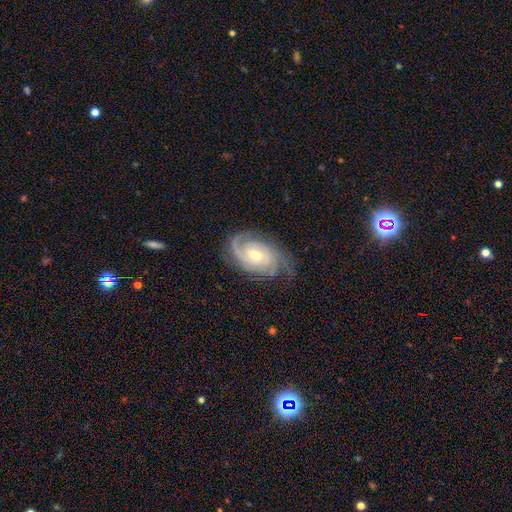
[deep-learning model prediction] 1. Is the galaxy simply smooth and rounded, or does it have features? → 89% featured or disk, 6% smooth, 5% star or artifact.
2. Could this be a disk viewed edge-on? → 96% no, 4% yes.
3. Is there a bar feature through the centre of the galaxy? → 56% no, 35% weak, 9% strong.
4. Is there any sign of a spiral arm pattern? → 98% yes, 2% no.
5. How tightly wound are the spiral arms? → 62% tight, 31% medium, 7% loose.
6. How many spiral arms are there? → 35% 2, 29% 3, 19% can't tell, 7% 4, 6% 1, 5% more than 4.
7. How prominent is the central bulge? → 53% moderate, 43% small, 2% large, 1% none, 1% dominant.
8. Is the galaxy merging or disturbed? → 73% none, 19% minor disturbance, 7% major disturbance, 1% merger.